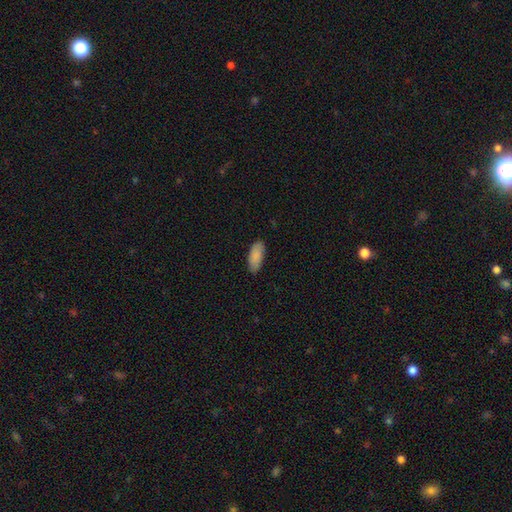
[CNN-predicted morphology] The model was most divided on "merging": none: 83%, minor disturbance: 14%, major disturbance: 2%, merger: 1%. More confident: smooth or featured — smooth (88%); how rounded — in between (85%).